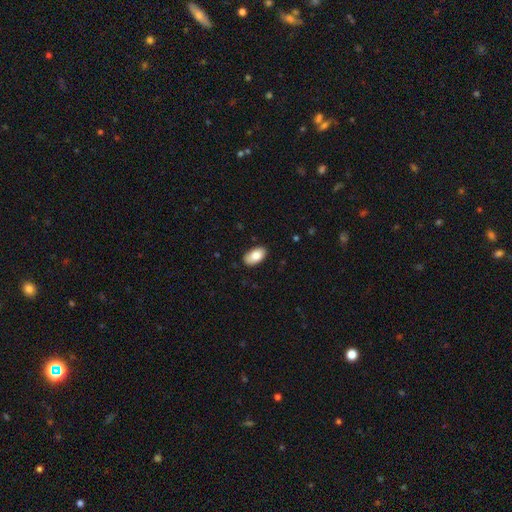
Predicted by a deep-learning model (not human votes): Smooth or featured? Predicted: smooth (p=0.85). How rounded? Predicted: in between (p=0.95). Merging? Predicted: none (p=0.83).